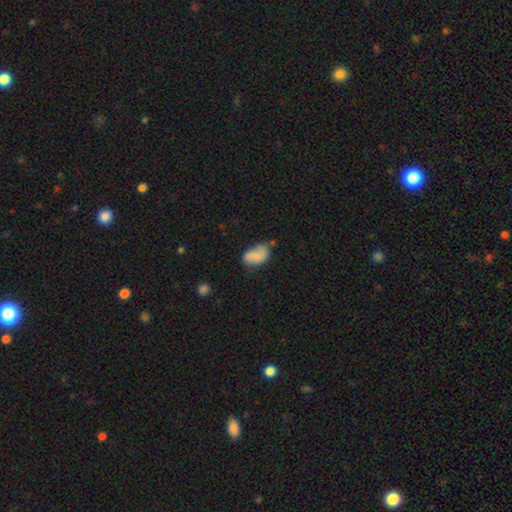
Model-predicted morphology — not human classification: smooth_or_featured: smooth (p=0.63) [alt: featured or disk p=0.29]
how_rounded: in between (p=0.89) [alt: round p=0.09]
merging: none (p=0.48) [alt: minor disturbance p=0.32]